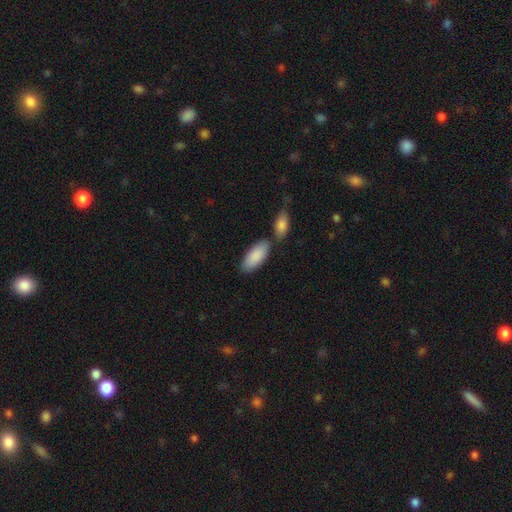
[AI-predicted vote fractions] Smooth or featured? smooth (88%)
How rounded? in between (86%)
Merging? none (64%)